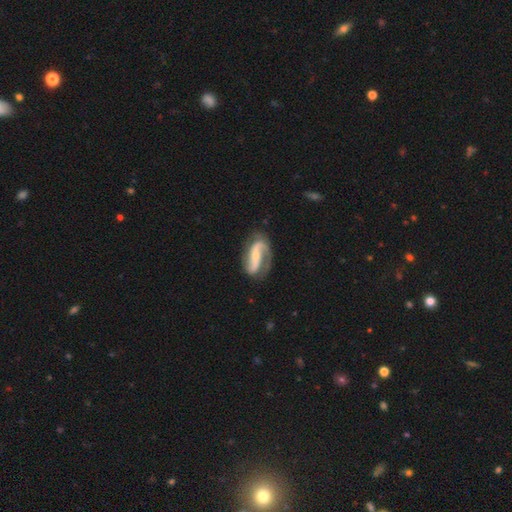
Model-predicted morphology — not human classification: A featured or disk galaxy (86%) with a strong bar (42%), 2 (81%) loose (45%) spiral arms (95%) and a small central bulge (57%). Merging: none (69%).